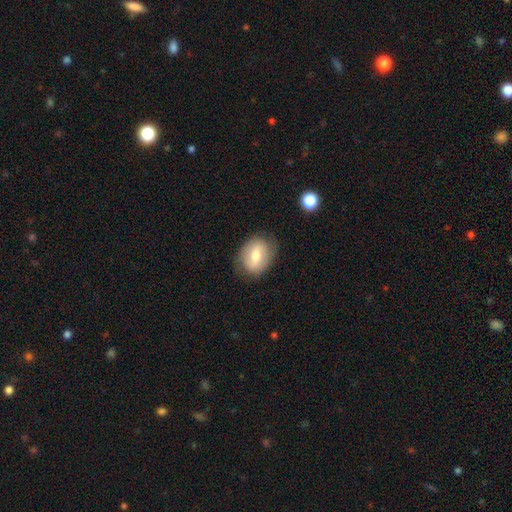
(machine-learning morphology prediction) A smooth galaxy with no disk features (61%) that is in between round and cigar-shaped (64%). Merging: none (79%).